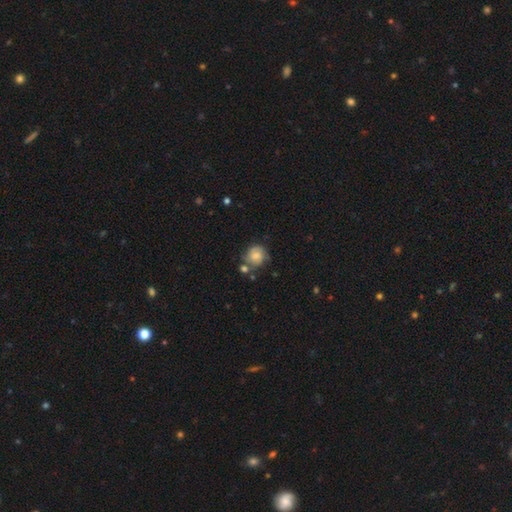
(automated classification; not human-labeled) Morphology: type=featured or disk (48%); merging=none (60%).